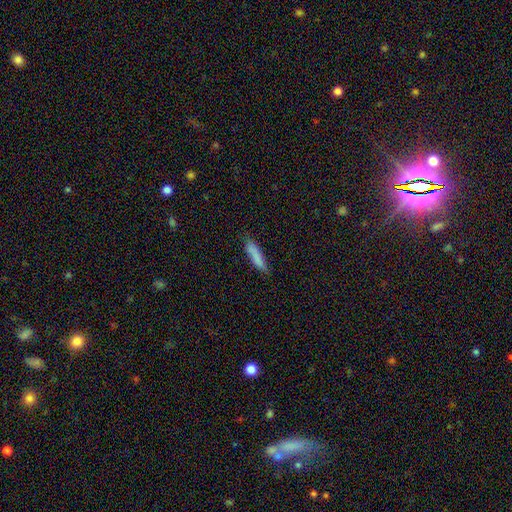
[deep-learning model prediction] Morphology: type=smooth (81%); roundness=cigar-shaped (81%); merging=none (77%).